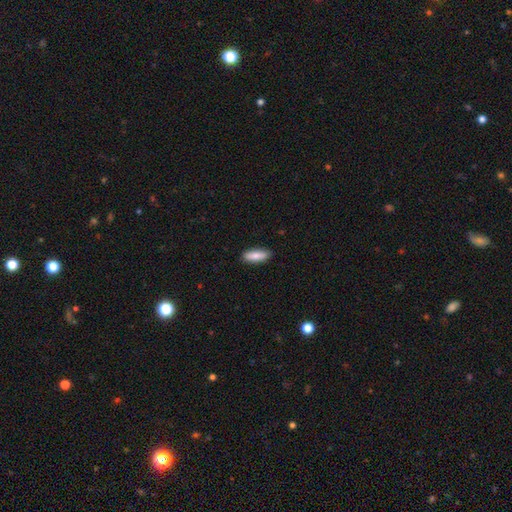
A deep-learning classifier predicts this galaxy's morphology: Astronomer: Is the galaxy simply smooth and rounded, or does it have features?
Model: smooth — 81%.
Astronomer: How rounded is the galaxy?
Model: in between — 62%.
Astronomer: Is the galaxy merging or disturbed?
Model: none — 88%.